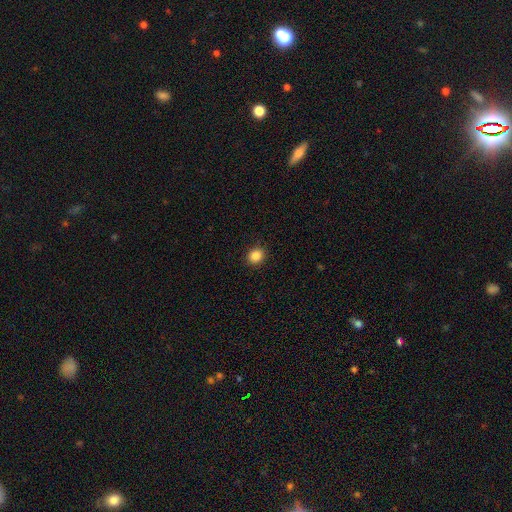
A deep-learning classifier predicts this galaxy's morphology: smooth-or-featured: smooth: 86% | star or artifact: 10% | featured or disk: 4%
  how-rounded: round: 73% | in between: 26% | cigar-shaped: 1%
  merging: none: 91% | minor disturbance: 6% | major disturbance: 2% | merger: 1%